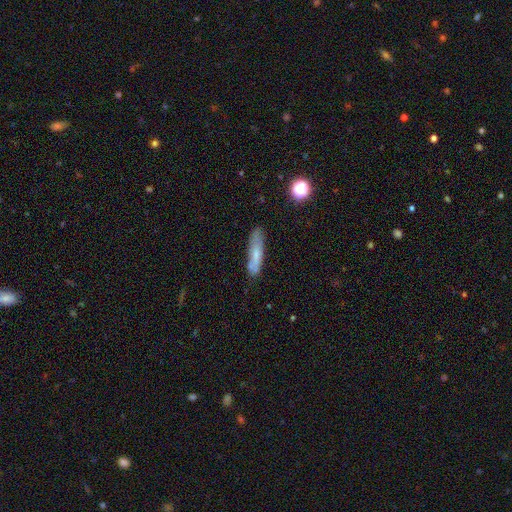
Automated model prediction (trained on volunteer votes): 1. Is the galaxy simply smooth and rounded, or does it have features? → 62% smooth, 30% featured or disk, 8% star or artifact.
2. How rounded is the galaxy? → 76% cigar-shaped, 22% in between, 2% round.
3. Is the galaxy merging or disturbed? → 73% none, 19% minor disturbance, 5% major disturbance, 3% merger.